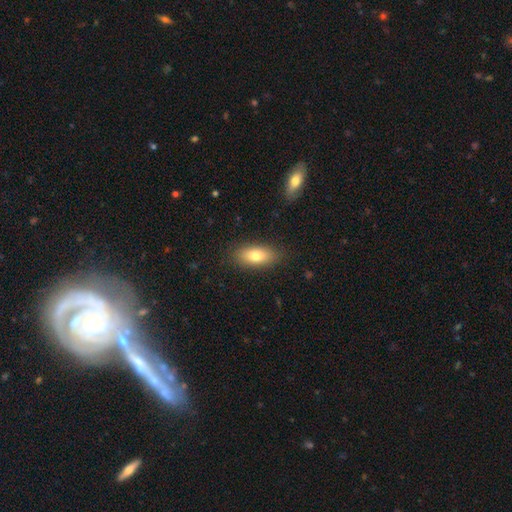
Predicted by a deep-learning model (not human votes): Q: Smooth or featured?
A: smooth (77%); runner-up: featured or disk (15%)
Q: How rounded?
A: in between (84%); runner-up: cigar-shaped (12%)
Q: Merging?
A: none (86%); runner-up: minor disturbance (10%)